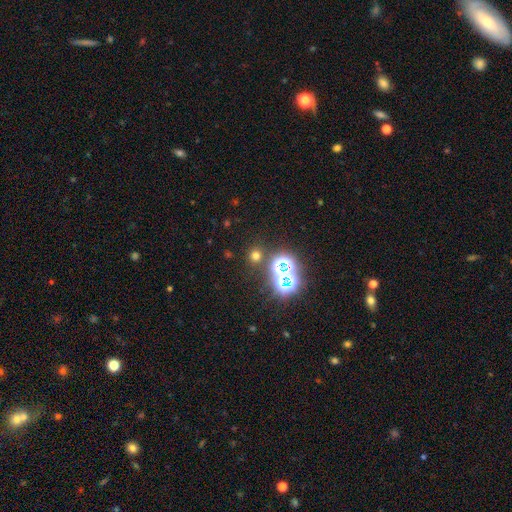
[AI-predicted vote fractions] Smooth or featured? Predicted: smooth (p=0.57). How rounded? Predicted: round (p=0.89). Merging? Predicted: none (p=0.84).